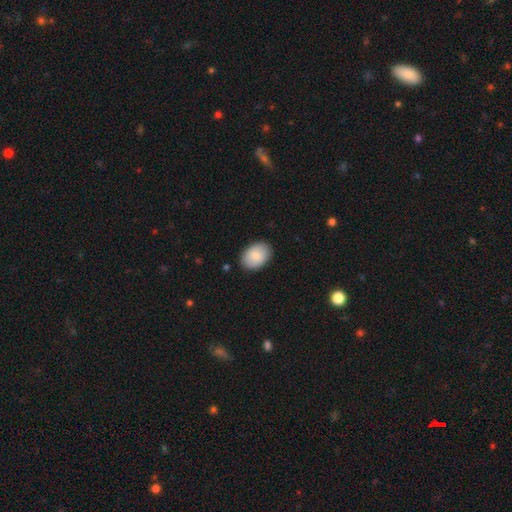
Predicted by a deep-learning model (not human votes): Smooth or featured? smooth (85%)
How rounded? in between (83%)
Merging? none (87%)